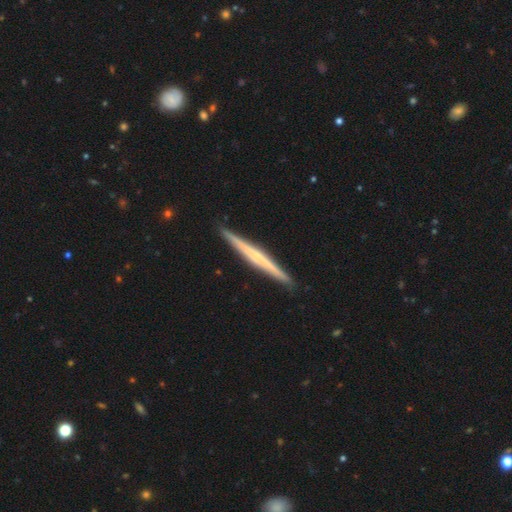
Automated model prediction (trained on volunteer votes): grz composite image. It shows a featured or disk galaxy (67%) viewed edge-on (98%) with no central bulge (56%). Merging: none (92%).